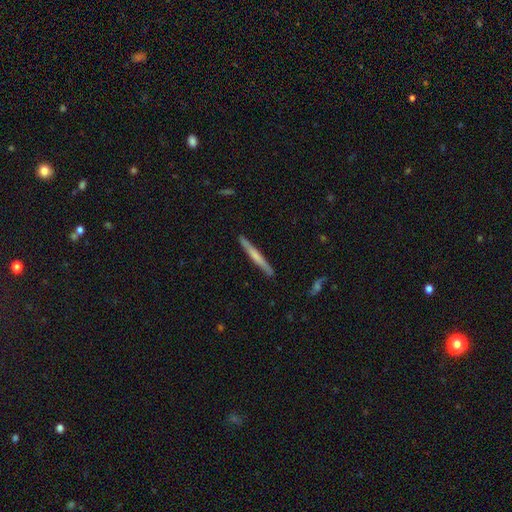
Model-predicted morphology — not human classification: Overall: smooth (51%; featured or disk 44%). How rounded: cigar-shaped (97%). Merging: none (91%).